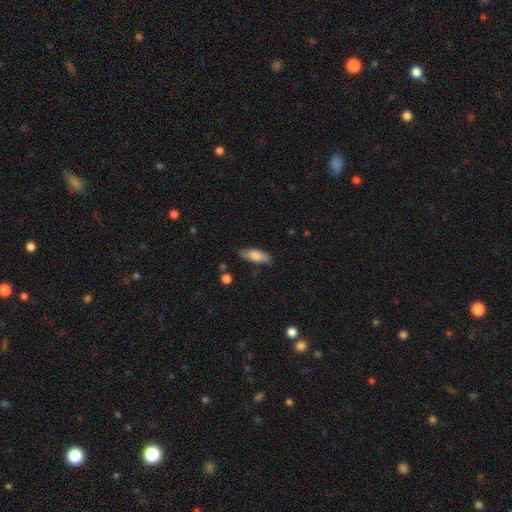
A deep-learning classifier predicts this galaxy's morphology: A smooth galaxy with no disk features (80%) that is in between round and cigar-shaped (70%).

Vote fractions:
- Smooth or featured? smooth: 80% / featured or disk: 14% / star or artifact: 6%
- How rounded? in between: 70% / cigar-shaped: 28% / round: 2%
- Merging? none: 79% / minor disturbance: 16% / major disturbance: 3% / merger: 2%